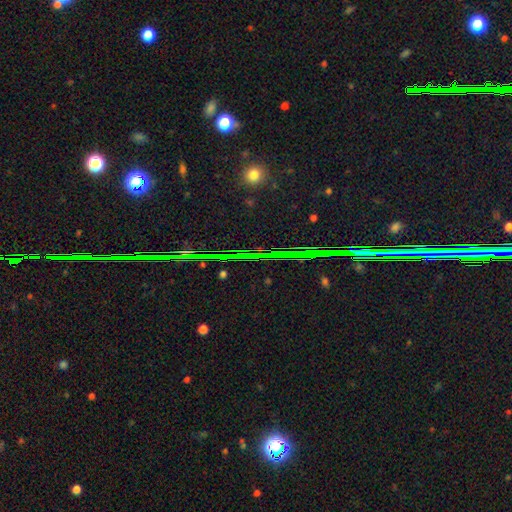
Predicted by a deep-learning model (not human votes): A star or artifact, not a galaxy (83%).

Vote fractions:
- Smooth or featured? star or artifact: 83% / smooth: 9% / featured or disk: 8%